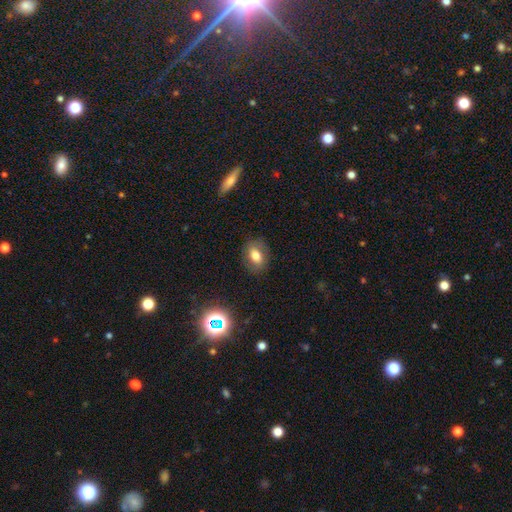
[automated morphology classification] smooth 72%, featured or disk 16%, star or artifact 12%. Down the decision tree: how rounded — in between (72%); merging — none (82%).